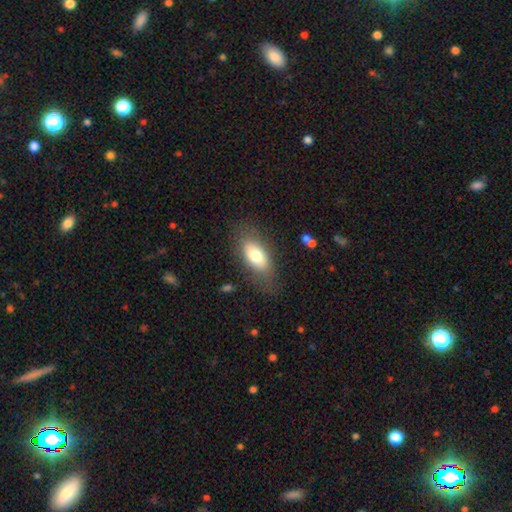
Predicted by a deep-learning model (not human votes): Q: Smooth or featured?
A: smooth (69%); runner-up: featured or disk (24%)
Q: How rounded?
A: in between (87%); runner-up: cigar-shaped (8%)
Q: Merging?
A: none (72%); runner-up: minor disturbance (18%)